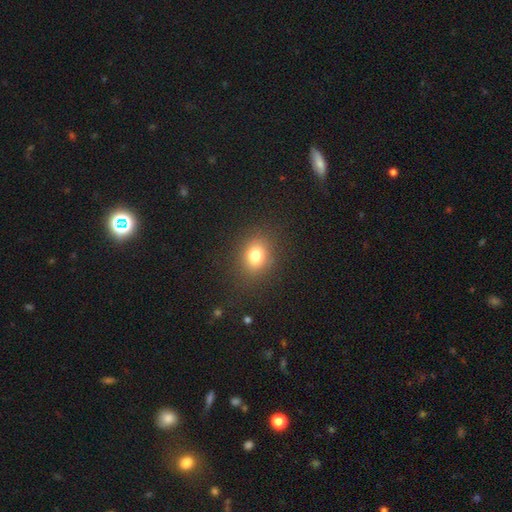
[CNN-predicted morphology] This appears to be a smooth galaxy with no disk features (79%) that is round (53%). Merging: none (85%).